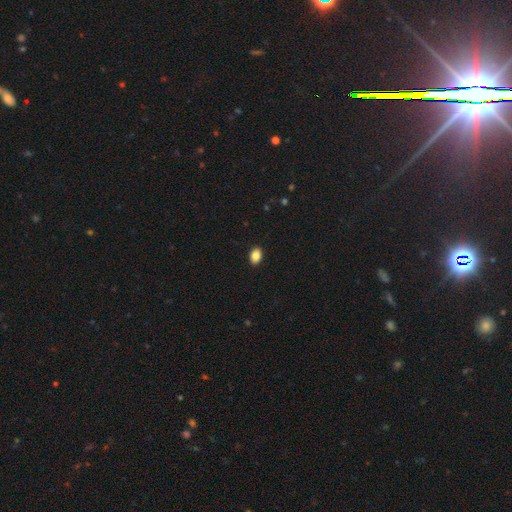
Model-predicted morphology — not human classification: Smooth or featured? smooth (86%)
How rounded? in between (80%)
Merging? none (91%)